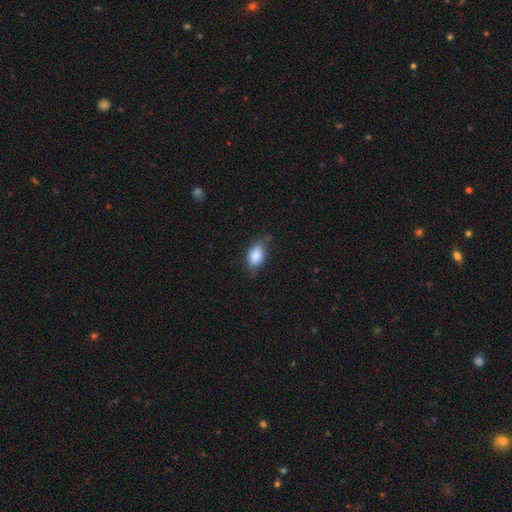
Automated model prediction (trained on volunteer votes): Overall: smooth (83%). How rounded: in between (88%). Merging: none (59%; minor disturbance 32%).